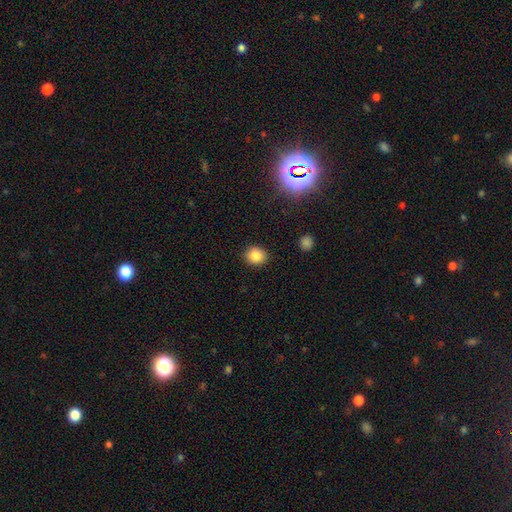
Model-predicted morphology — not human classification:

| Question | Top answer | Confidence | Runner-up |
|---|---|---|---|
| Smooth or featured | smooth | 85% | star or artifact (11%) |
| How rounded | round | 76% | in between (23%) |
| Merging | none | 89% | minor disturbance (7%) |